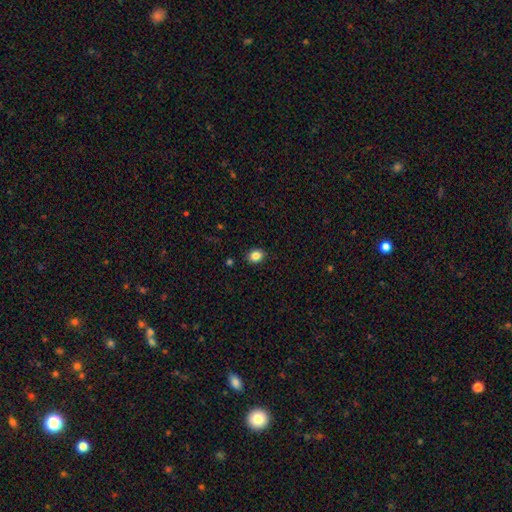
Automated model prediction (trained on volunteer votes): smooth-or-featured: smooth: 85% | star or artifact: 10% | featured or disk: 5%
  how-rounded: round: 54% | in between: 45% | cigar-shaped: 1%
  merging: none: 89% | minor disturbance: 8% | major disturbance: 2% | merger: 1%